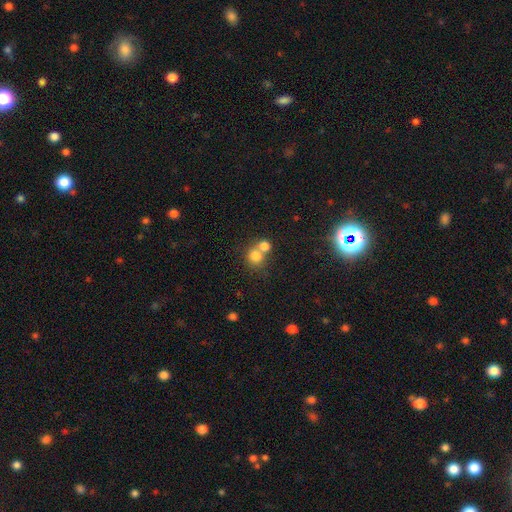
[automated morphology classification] type=smooth (78%); roundness=round (83%); merging=merger (52%).